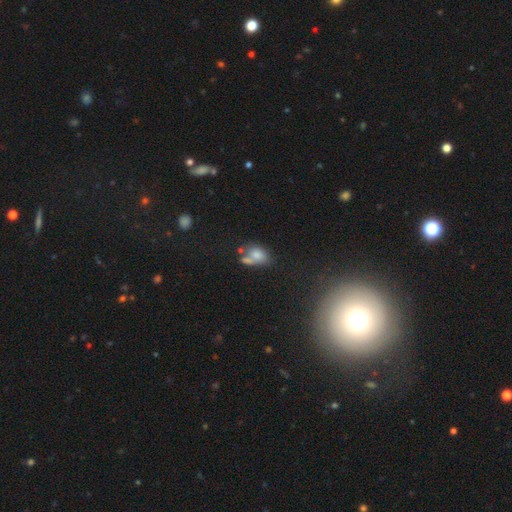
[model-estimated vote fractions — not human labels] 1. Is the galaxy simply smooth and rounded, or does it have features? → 72% smooth, 16% featured or disk, 12% star or artifact.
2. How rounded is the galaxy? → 76% in between, 22% round, 2% cigar-shaped.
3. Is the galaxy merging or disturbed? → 39% merger, 34% none, 17% minor disturbance, 10% major disturbance.